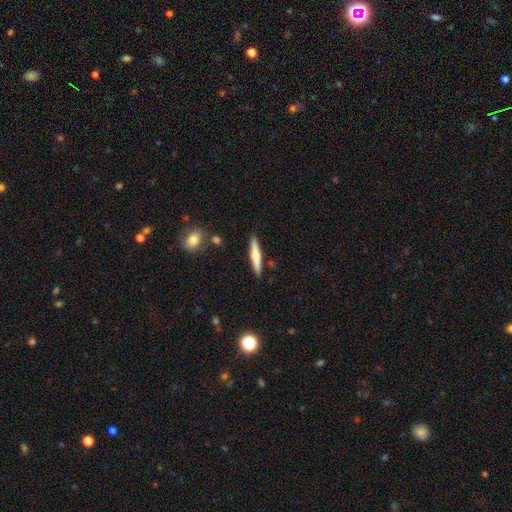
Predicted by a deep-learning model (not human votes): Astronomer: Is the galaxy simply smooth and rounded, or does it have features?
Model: featured or disk — 48% (runner-up: smooth, 46%).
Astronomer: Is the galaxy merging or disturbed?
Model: none — 87%.